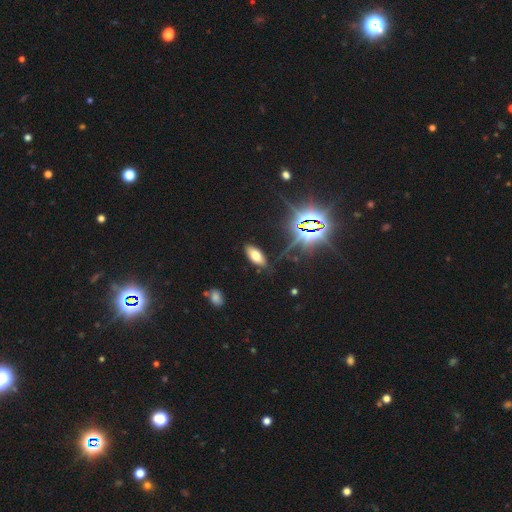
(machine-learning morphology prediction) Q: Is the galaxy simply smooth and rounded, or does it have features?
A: smooth — 65%.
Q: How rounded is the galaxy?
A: in between — 86%.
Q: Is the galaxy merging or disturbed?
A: none — 84%.